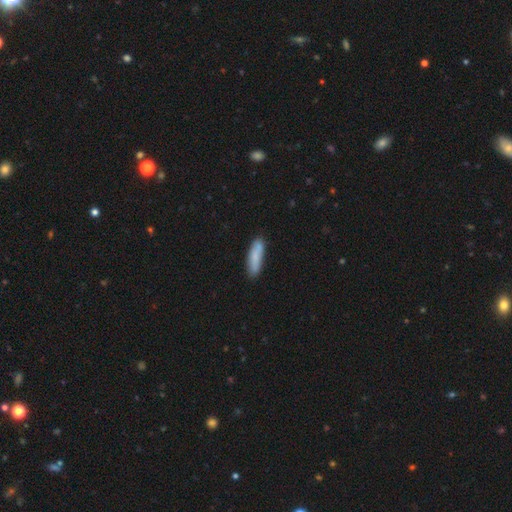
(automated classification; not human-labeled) Smooth or featured?
  - smooth: 82% *
  - featured or disk: 13%
  - star or artifact: 6%
How rounded?
  - cigar-shaped: 68% *
  - in between: 31%
  - round: 2%
Merging?
  - none: 80% *
  - minor disturbance: 15%
  - merger: 3%
  - major disturbance: 3%